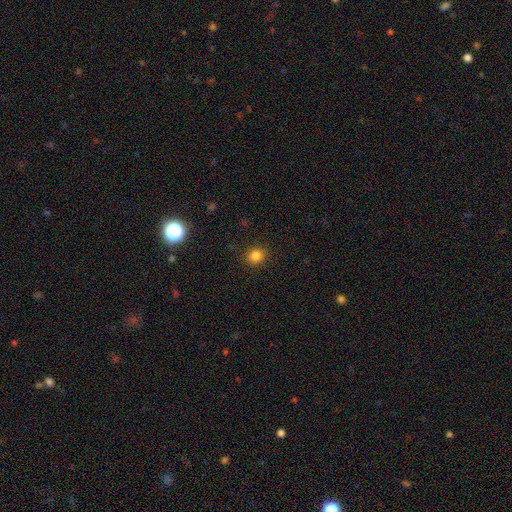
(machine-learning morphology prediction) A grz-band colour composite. It shows a smooth galaxy with no disk features (83%) that is round (87%). Merging: none (90%).